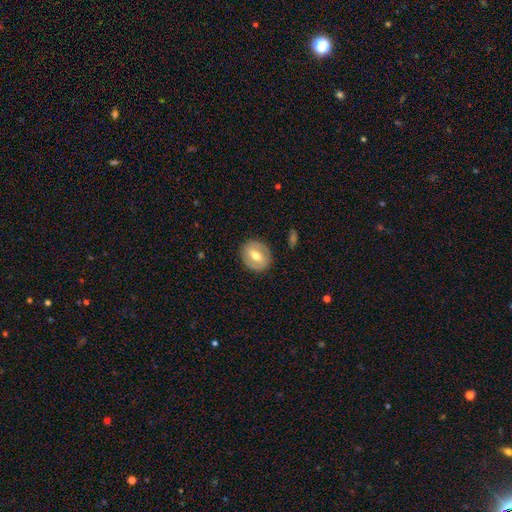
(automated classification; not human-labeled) Overall: featured or disk (48%; smooth 46%). Merging: none (86%).